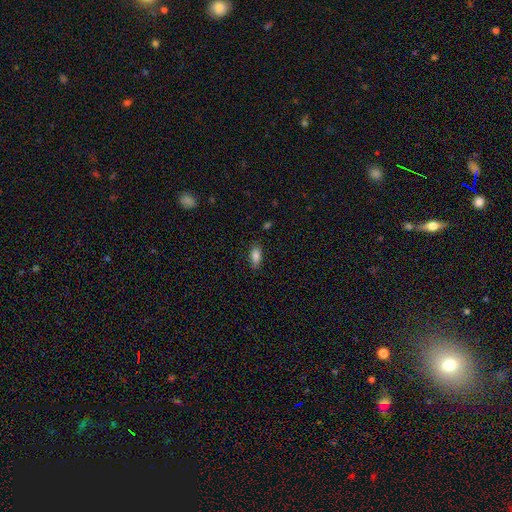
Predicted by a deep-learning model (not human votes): A smooth galaxy with no disk features (85%) that is in between round and cigar-shaped (87%).

Vote fractions:
- Smooth or featured? smooth: 85% / star or artifact: 8% / featured or disk: 6%
- How rounded? in between: 87% / cigar-shaped: 10% / round: 3%
- Merging? none: 81% / minor disturbance: 14% / major disturbance: 3% / merger: 1%